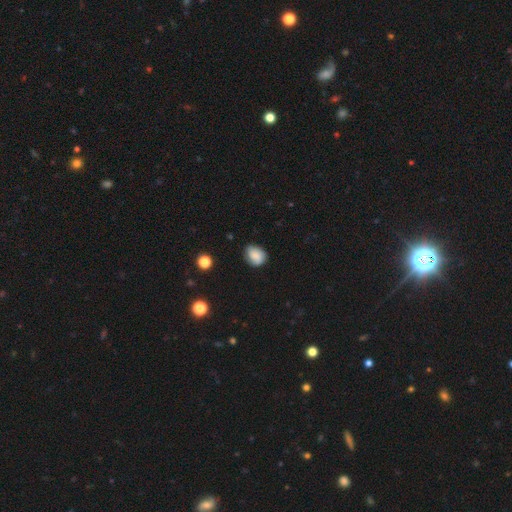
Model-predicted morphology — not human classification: Smooth or featured?
  - smooth: 82% *
  - star or artifact: 9%
  - featured or disk: 9%
How rounded?
  - in between: 52% *
  - round: 47%
  - cigar-shaped: 1%
Merging?
  - none: 72% *
  - minor disturbance: 23%
  - major disturbance: 4%
  - merger: 2%